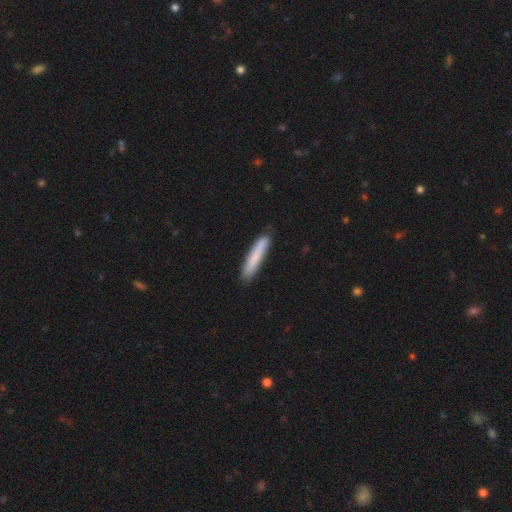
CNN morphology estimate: Overall: smooth (81%). How rounded: cigar-shaped (92%). Merging: none (86%).